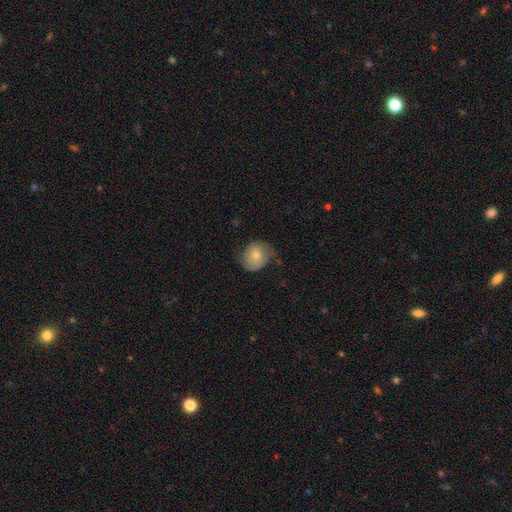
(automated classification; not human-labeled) Smooth or featured? Predicted: smooth (p=0.70). How rounded? Predicted: round (p=0.67). Merging? Predicted: none (p=0.50).